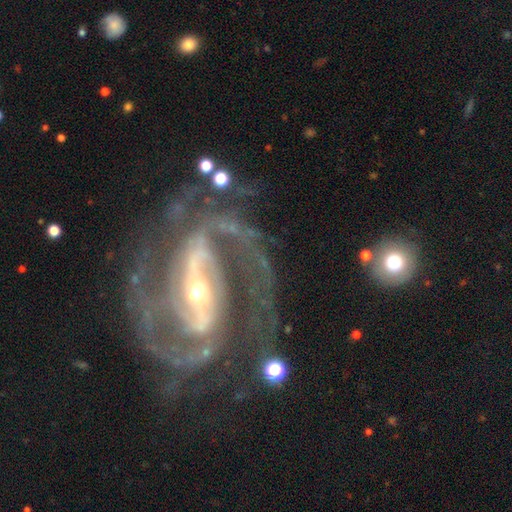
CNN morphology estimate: This appears to be a featured or disk galaxy (93%) with a strong bar (65%), 2 (80%) medium (56%) spiral arms (98%) and a small central bulge (64%). Merging: none (65%).